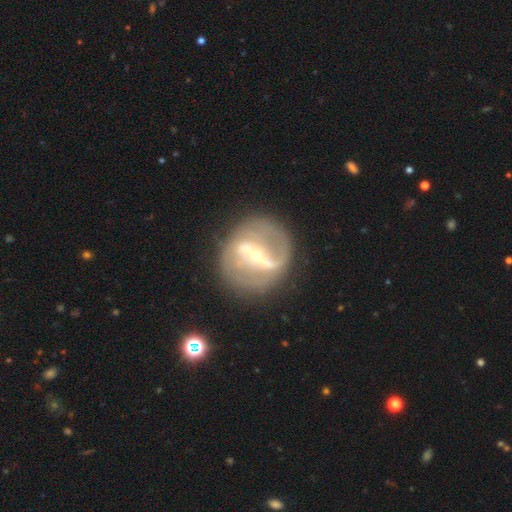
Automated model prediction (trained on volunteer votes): smooth_or_featured: featured or disk (p=0.83) [alt: smooth p=0.10]
disk_edge_on: no (p=0.95) [alt: yes p=0.05]
bar: strong (p=0.64) [alt: weak p=0.24]
has_spiral_arms: yes (p=0.74) [alt: no p=0.26]
spiral_winding: loose (p=0.40) [alt: medium p=0.38]
spiral_arm_count: 2 (p=0.77) [alt: can't tell p=0.11]
bulge_size: small (p=0.69) [alt: moderate p=0.27]
merging: none (p=0.70) [alt: minor disturbance p=0.15]